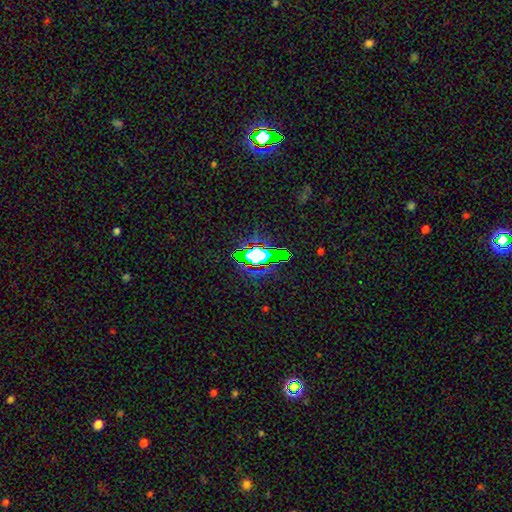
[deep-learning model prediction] Smooth or featured: star or artifact — 56% (smooth — 29%)